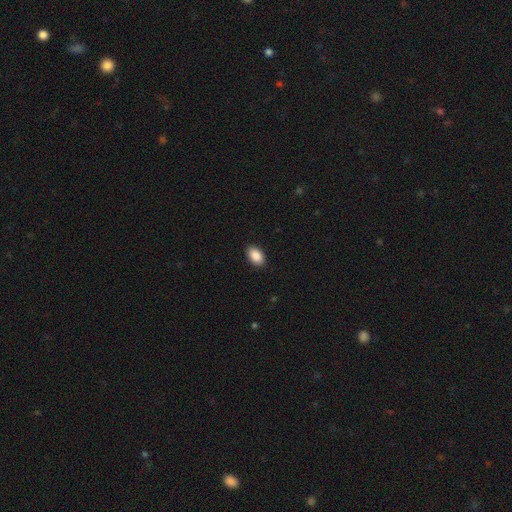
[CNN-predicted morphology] type=smooth (90%); roundness=in between (90%); merging=none (90%).